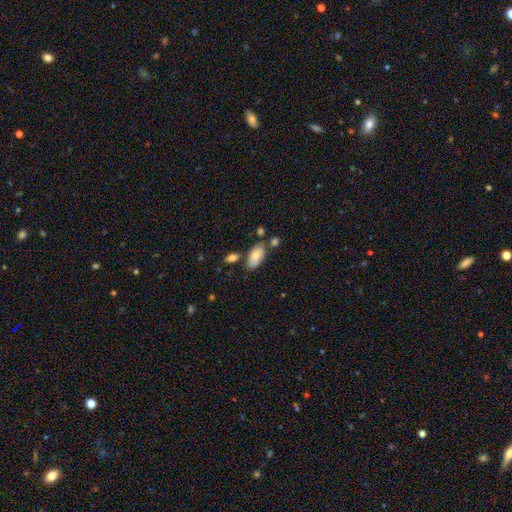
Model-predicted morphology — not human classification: Smooth or featured? smooth (75%)
How rounded? in between (93%)
Merging? none (66%)